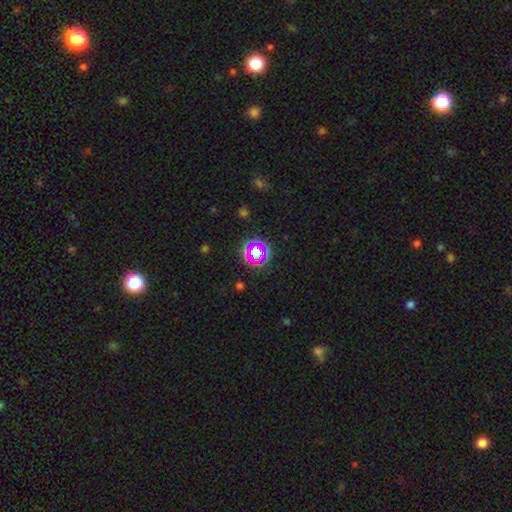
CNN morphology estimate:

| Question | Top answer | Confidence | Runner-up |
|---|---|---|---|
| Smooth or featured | star or artifact | 57% | smooth (29%) |